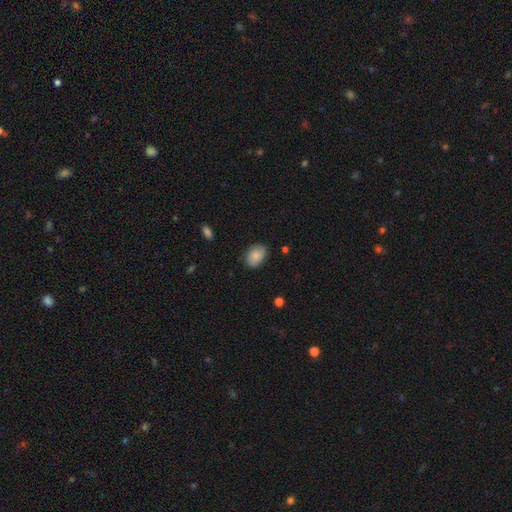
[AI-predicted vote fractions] smooth_or_featured: smooth (p=0.81) [alt: featured or disk p=0.12]
how_rounded: in between (p=0.78) [alt: round p=0.21]
merging: none (p=0.79) [alt: minor disturbance p=0.16]